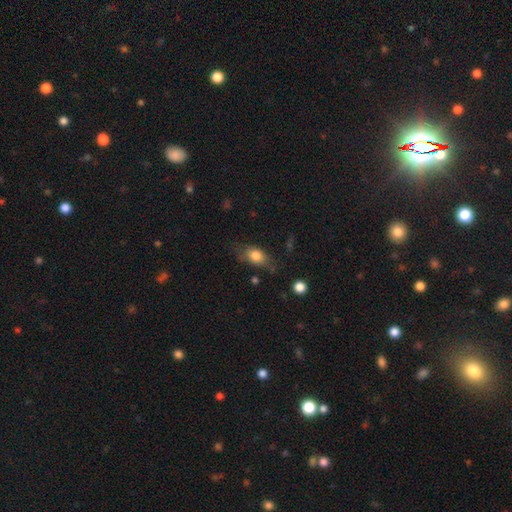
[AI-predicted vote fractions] A smooth galaxy with no disk features (78%) that is in between round and cigar-shaped (77%). Merging: none (60%).